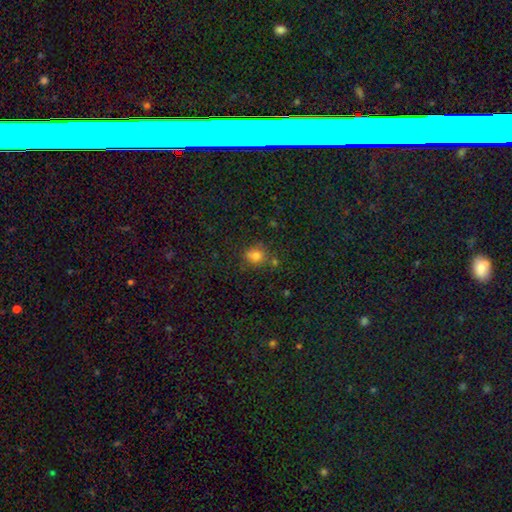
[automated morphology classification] Smooth or featured? smooth (79%)
How rounded? round (74%)
Merging? none (68%)